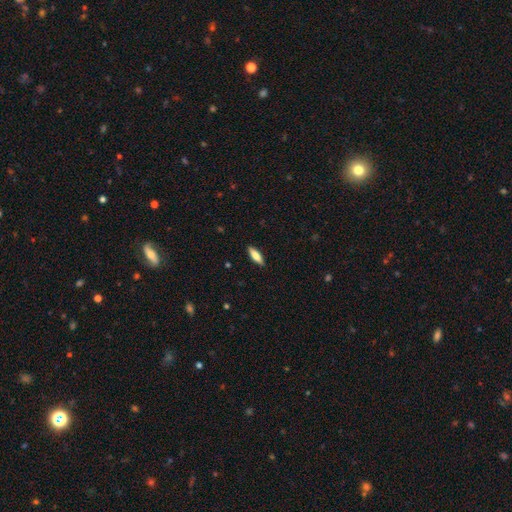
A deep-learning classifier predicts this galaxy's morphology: Smooth or featured? smooth (76%)
How rounded? cigar-shaped (49%, tied with in between)
Merging? none (89%)